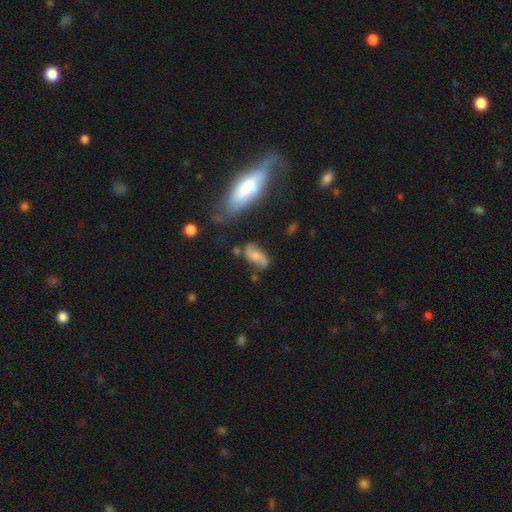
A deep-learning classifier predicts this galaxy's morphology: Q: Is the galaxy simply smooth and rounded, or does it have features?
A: featured or disk — 63%.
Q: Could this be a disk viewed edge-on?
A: no — 93%.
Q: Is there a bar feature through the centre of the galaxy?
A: no — 57%.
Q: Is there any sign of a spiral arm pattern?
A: yes — 88%.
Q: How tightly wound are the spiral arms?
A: loose — 63%.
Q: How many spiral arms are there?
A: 2 — 90%.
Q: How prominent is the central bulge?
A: moderate — 46%.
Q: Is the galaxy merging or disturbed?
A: none — 63%.